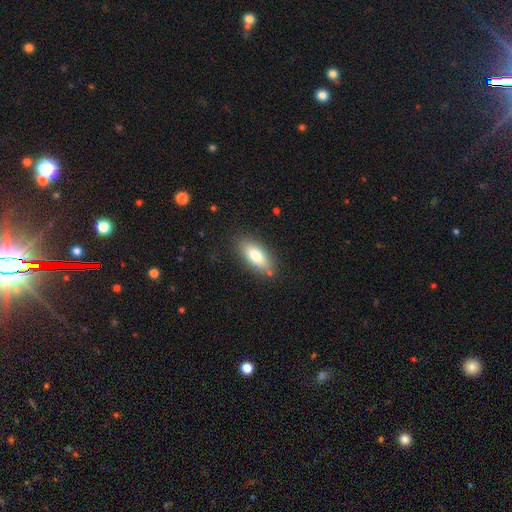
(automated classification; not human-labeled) Overall: smooth (75%). How rounded: in between (81%). Merging: none (83%).